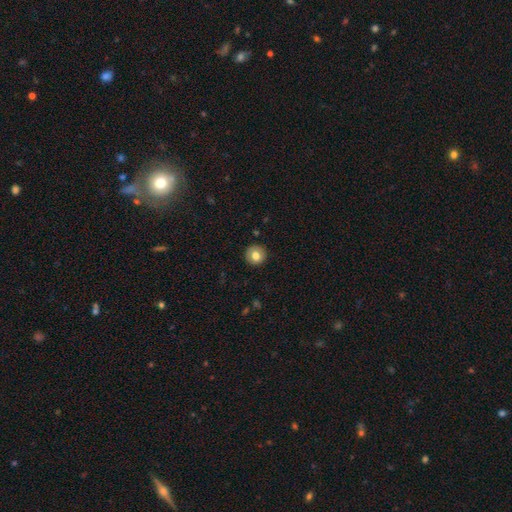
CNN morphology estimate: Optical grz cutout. It shows a smooth galaxy with no disk features (77%) that is round (93%). Merging: none (90%).